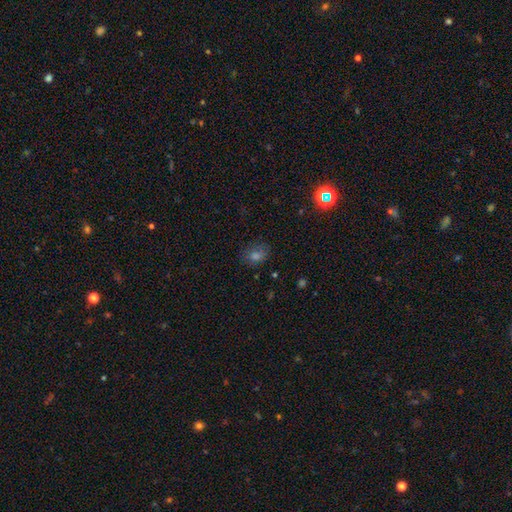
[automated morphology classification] A smooth galaxy with no disk features (61%) that is in between round and cigar-shaped (52%).

Vote fractions:
- Smooth or featured? smooth: 61% / star or artifact: 26% / featured or disk: 13%
- How rounded? in between: 52% / round: 47% / cigar-shaped: 1%
- Merging? none: 76% / minor disturbance: 17% / major disturbance: 6% / merger: 2%